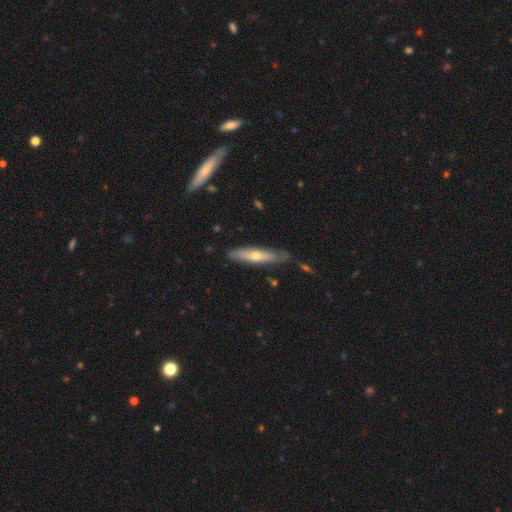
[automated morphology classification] A smooth galaxy with no disk features (48%).

Vote fractions:
- Smooth or featured? smooth: 48% / featured or disk: 46% / star or artifact: 6%
- Merging? none: 77% / minor disturbance: 17% / major disturbance: 3% / merger: 2%